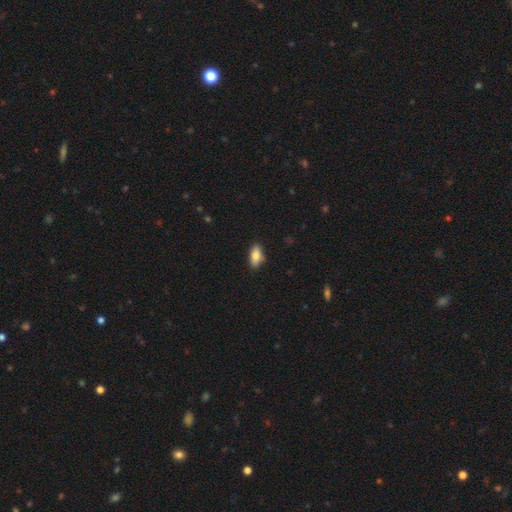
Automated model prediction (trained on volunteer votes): This is clearly a smooth galaxy (82%). How rounded: clearly in between (89%). Merging: clearly none (87%).